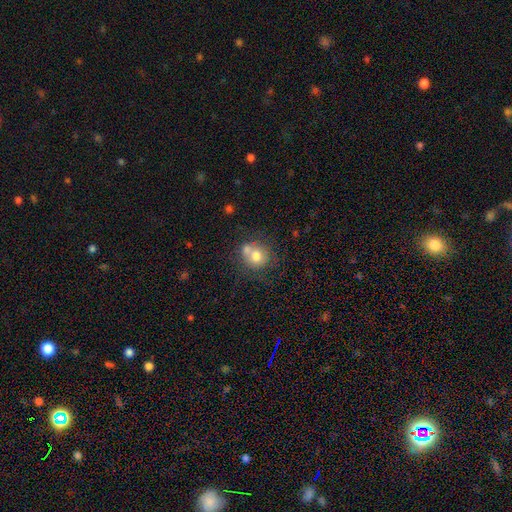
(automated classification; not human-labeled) This is likely a smooth galaxy (70%). How rounded: clearly round (81%). Merging: marginally none (44%).